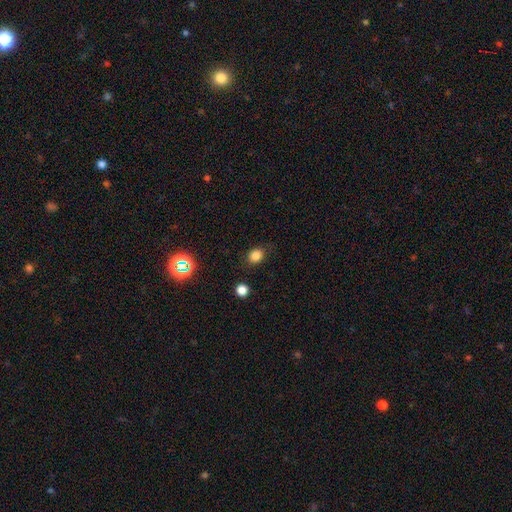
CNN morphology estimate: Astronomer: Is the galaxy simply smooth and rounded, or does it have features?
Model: smooth — 82%.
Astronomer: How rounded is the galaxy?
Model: round — 54% (runner-up: in between, 45%).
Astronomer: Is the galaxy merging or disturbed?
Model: none — 82%.